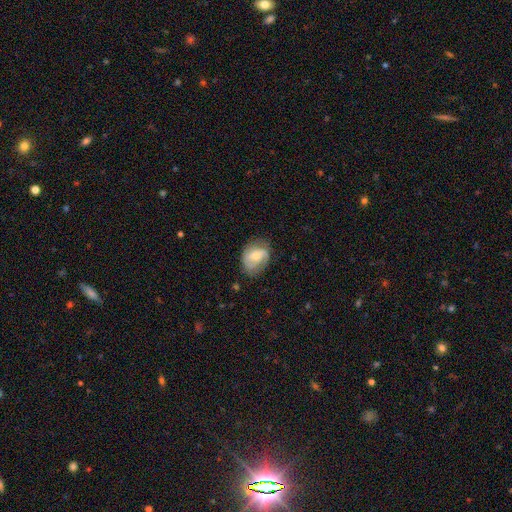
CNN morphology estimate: A featured or disk galaxy (62%) with a weak bar (42%), spiral arms (83%) and a moderate central bulge (50%).

Vote fractions:
- Smooth or featured? featured or disk: 62% / smooth: 32% / star or artifact: 7%
- Edge-on disk? no: 97% / yes: 3%
- Bar? weak: 42% / no: 41% / strong: 17%
- Spiral arms? yes: 83% / no: 17%
- Bulge size? moderate: 50% / small: 43% / large: 3% / none: 2% / dominant: 1%
- Merging? none: 63% / minor disturbance: 25% / major disturbance: 11% / merger: 1%